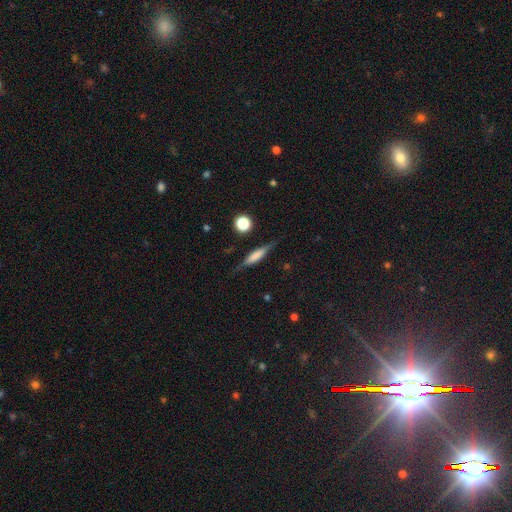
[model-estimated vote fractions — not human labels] featured or disk 48%, smooth 44%, star or artifact 8%. Down the decision tree: merging — none (80%).